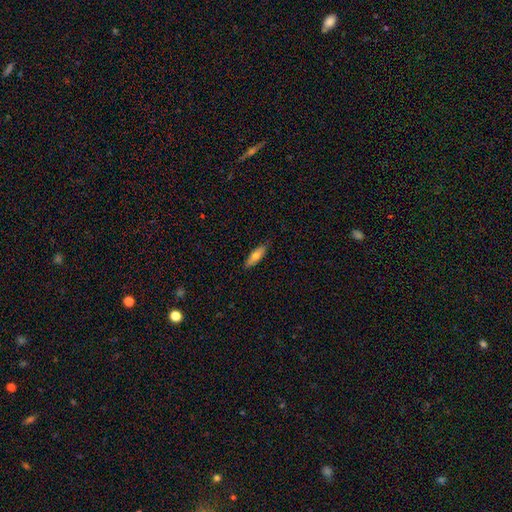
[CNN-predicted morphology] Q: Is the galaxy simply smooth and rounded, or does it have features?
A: smooth — 70%.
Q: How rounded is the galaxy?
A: cigar-shaped — 50%.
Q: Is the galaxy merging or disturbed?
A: none — 85%.